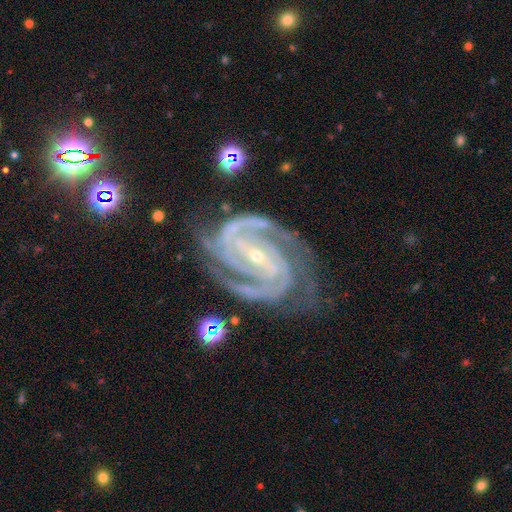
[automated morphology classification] smooth_or_featured: featured or disk (p=0.94) [alt: star or artifact p=0.04]
disk_edge_on: no (p=0.98) [alt: yes p=0.02]
bar: strong (p=0.52) [alt: weak p=0.30]
has_spiral_arms: yes (p=0.99) [alt: no p=0.01]
spiral_winding: tight (p=0.66) [alt: medium p=0.31]
spiral_arm_count: 2 (p=0.43) [alt: 3 p=0.27]
bulge_size: small (p=0.80) [alt: moderate p=0.17]
merging: none (p=0.73) [alt: minor disturbance p=0.17]